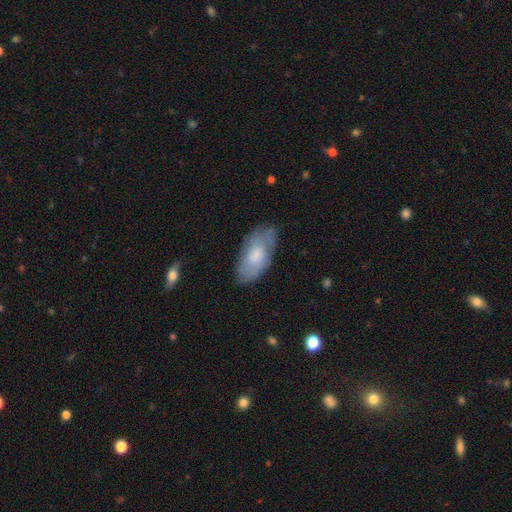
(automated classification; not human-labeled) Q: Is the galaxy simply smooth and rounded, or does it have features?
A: smooth — 55%.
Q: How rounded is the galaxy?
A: in between — 92%.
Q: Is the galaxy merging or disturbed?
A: none — 73%.